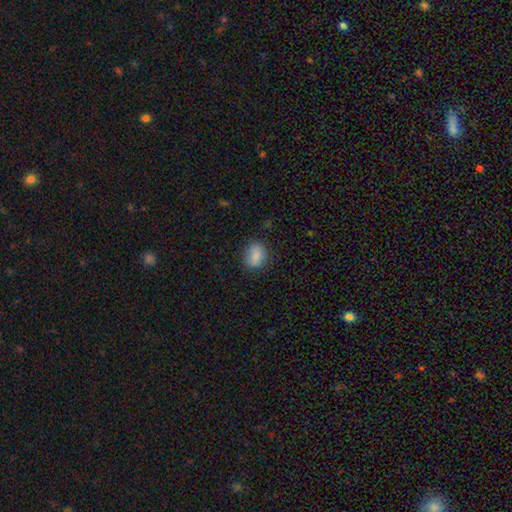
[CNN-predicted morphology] A smooth galaxy with no disk features (85%) that is in between round and cigar-shaped (65%). Merging: none (82%).